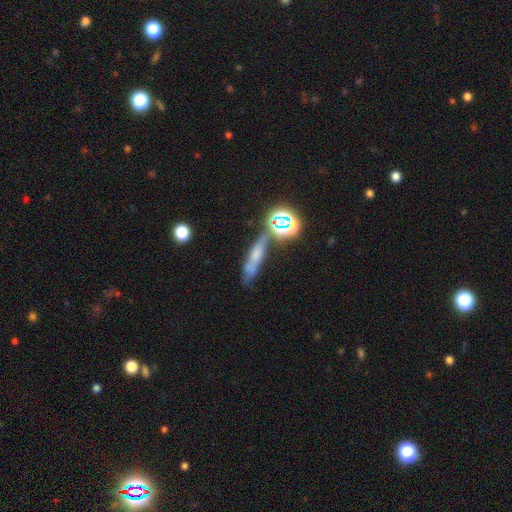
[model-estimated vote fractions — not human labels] smooth_or_featured: smooth (p=0.40) [alt: star or artifact p=0.33]
merging: none (p=0.52) [alt: minor disturbance p=0.20]